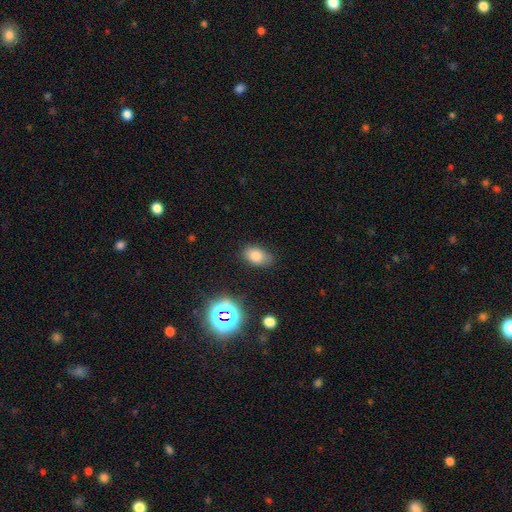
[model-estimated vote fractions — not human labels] Smooth or featured: smooth — 78% (star or artifact — 15%)
How rounded: in between — 86% (round — 13%)
Merging: none — 79% (minor disturbance — 16%)